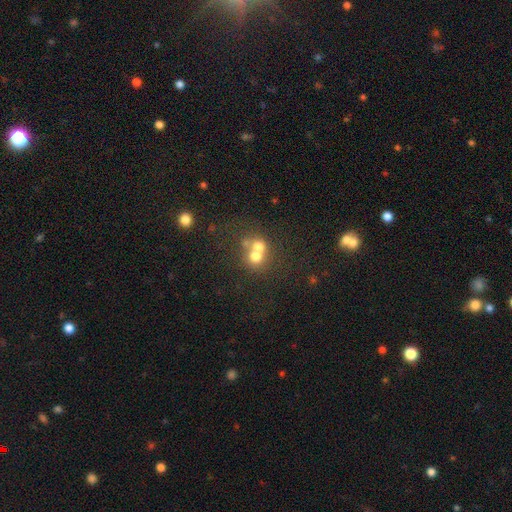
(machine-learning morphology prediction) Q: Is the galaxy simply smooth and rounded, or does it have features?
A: smooth — 62%.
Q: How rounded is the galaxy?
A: round — 78%.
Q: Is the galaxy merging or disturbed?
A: merger — 62%.